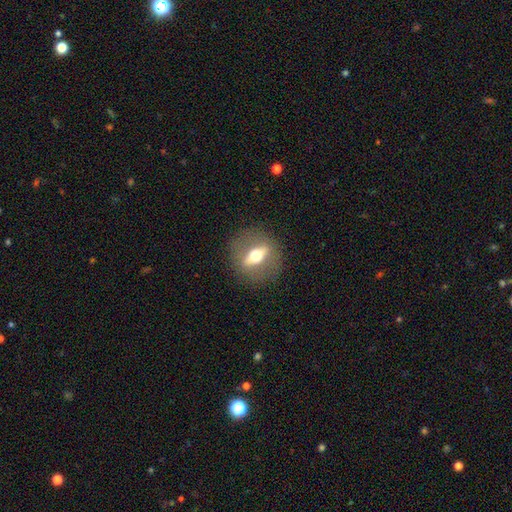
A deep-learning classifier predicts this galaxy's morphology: Smooth or featured: featured or disk — 66% (smooth — 26%)
Edge-on disk: yes — 59% (no — 41%)
Merging: none — 86% (minor disturbance — 8%)